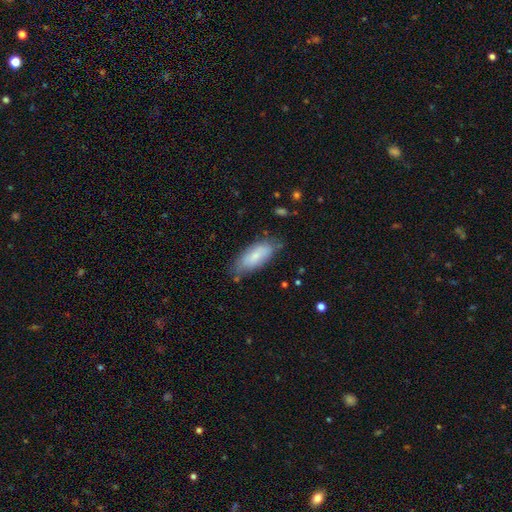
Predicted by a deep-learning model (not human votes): smooth 75%, featured or disk 19%, star or artifact 6%. Down the decision tree: how rounded — in between (83%); merging — none (66%).